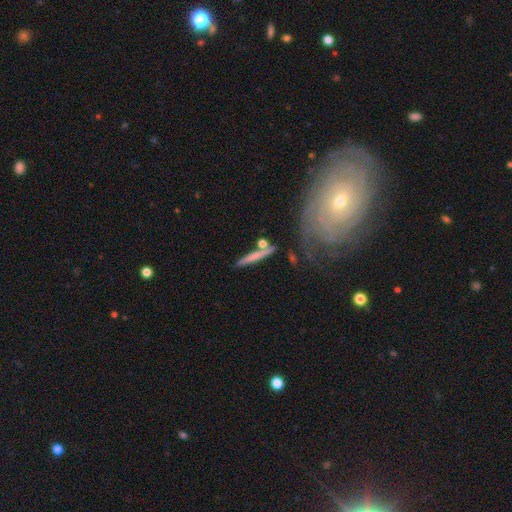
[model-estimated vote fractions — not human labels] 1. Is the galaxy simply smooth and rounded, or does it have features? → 55% smooth, 38% featured or disk, 7% star or artifact.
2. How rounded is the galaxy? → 90% cigar-shaped, 6% in between, 3% round.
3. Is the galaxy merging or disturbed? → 69% none, 13% minor disturbance, 13% merger, 5% major disturbance.